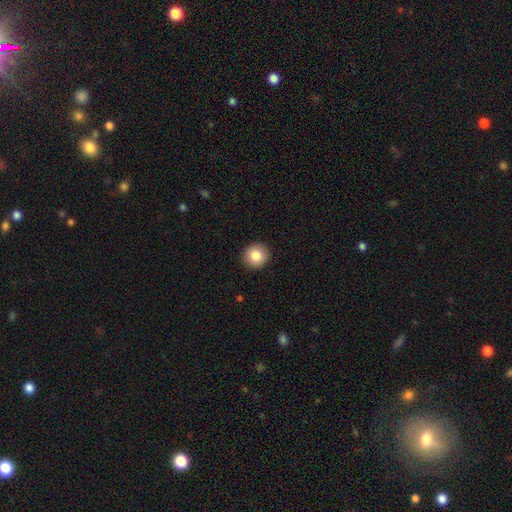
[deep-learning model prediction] smooth_or_featured: smooth (p=0.85) [alt: star or artifact p=0.08]
how_rounded: round (p=0.92) [alt: in between p=0.07]
merging: none (p=0.92) [alt: minor disturbance p=0.05]